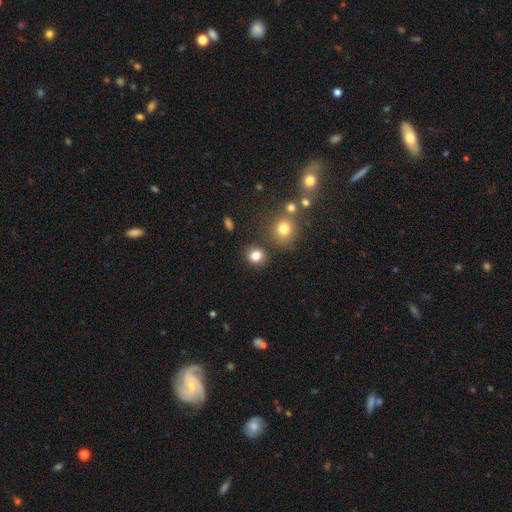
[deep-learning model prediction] A smooth galaxy with no disk features (81%) that is round (82%). Merging: none (83%).